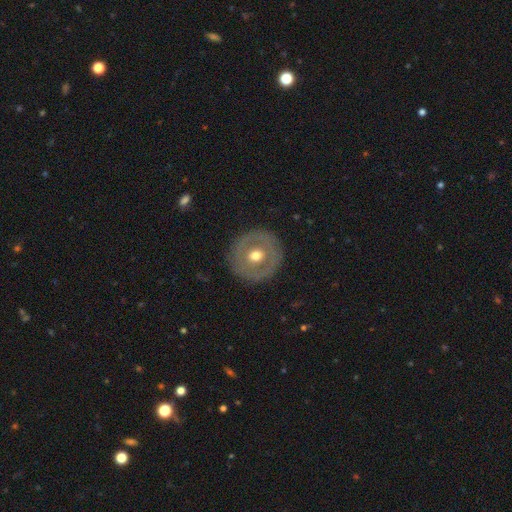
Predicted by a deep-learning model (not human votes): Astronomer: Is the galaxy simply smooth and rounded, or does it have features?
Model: featured or disk — 52% (runner-up: smooth, 41%).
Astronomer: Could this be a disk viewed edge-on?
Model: no — 95%.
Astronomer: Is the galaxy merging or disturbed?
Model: none — 86%.